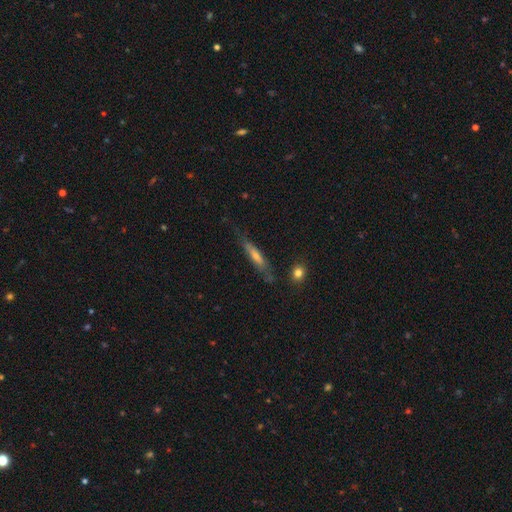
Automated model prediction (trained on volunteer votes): A featured or disk galaxy (49%). Merging: none (66%).